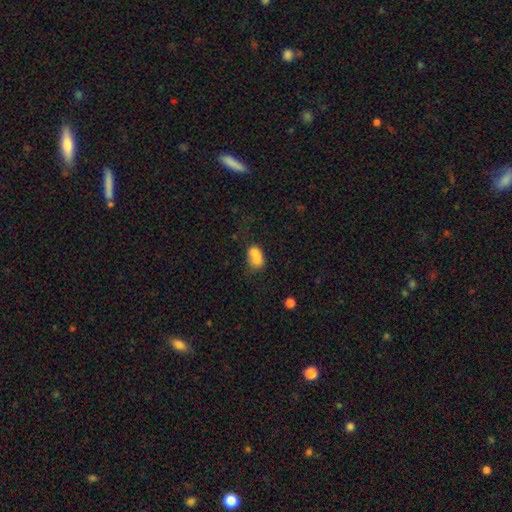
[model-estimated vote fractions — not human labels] Smooth or featured? smooth (70%)
How rounded? in between (63%)
Merging? merger (59%)